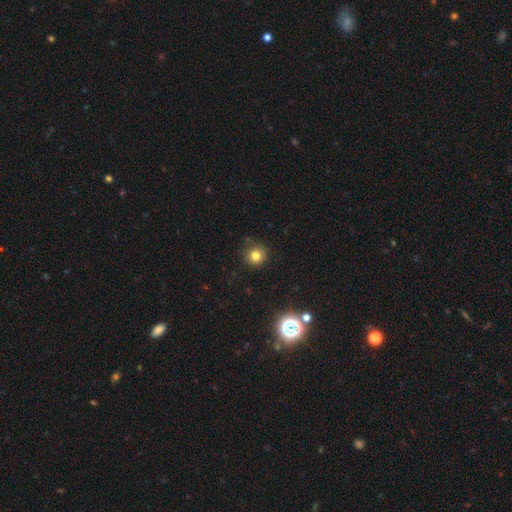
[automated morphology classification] A smooth galaxy with no disk features (78%) that is round (92%). Merging: none (87%).